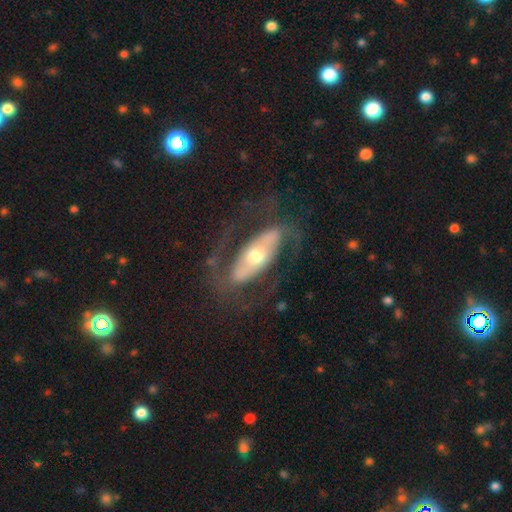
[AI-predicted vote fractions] The model was most divided on "bar": no: 46%, strong: 32%, weak: 22%. More confident: edge-on disk — no (86%); smooth or featured — featured or disk (73%); merging — none (69%); spiral arms — yes (68%); bulge size — moderate (66%).